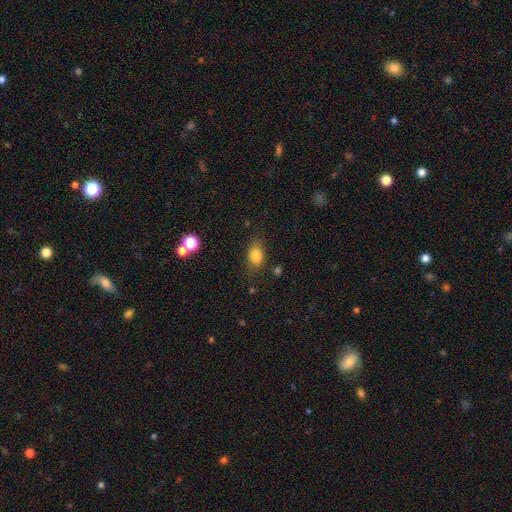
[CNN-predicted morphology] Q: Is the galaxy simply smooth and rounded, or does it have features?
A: smooth — 82%.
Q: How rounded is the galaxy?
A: in between — 79%.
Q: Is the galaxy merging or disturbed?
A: none — 76%.